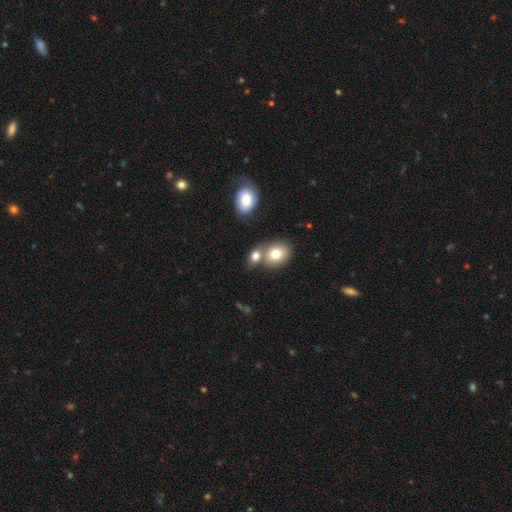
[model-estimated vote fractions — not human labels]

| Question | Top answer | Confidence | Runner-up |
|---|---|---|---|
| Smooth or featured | smooth | 78% | featured or disk (11%) |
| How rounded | in between | 52% | round (47%) |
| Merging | merger | 44% | none (42%) |